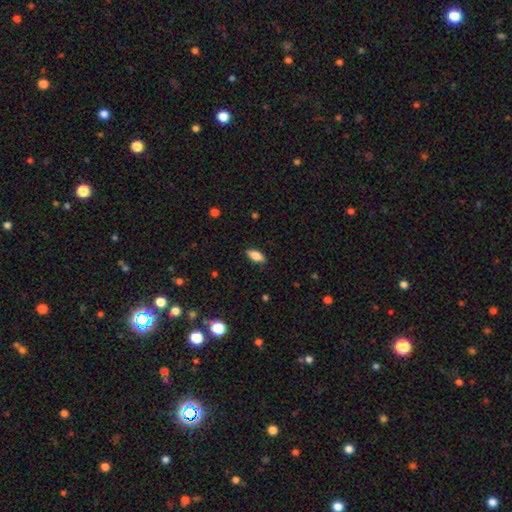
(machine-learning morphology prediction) A smooth galaxy with no disk features (77%) that is in between round and cigar-shaped (82%).

Vote fractions:
- Smooth or featured? smooth: 77% / featured or disk: 15% / star or artifact: 8%
- How rounded? in between: 82% / cigar-shaped: 16% / round: 3%
- Merging? none: 87% / minor disturbance: 10% / major disturbance: 2% / merger: 1%